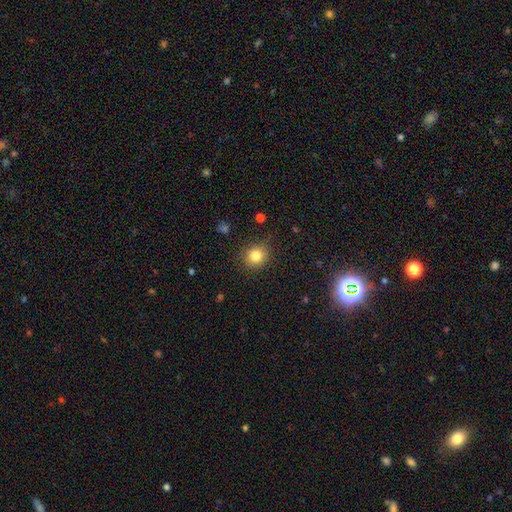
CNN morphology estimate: Smooth or featured? Predicted: smooth (p=0.83). How rounded? Predicted: round (p=0.80). Merging? Predicted: none (p=0.83).